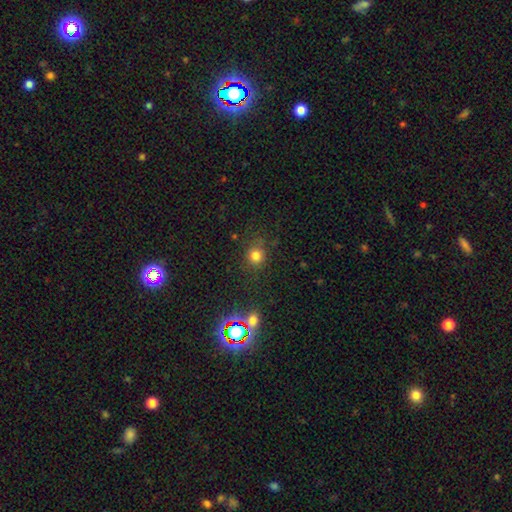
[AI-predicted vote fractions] This is likely a smooth galaxy (77%). How rounded: clearly round (87%). Merging: likely none (79%).